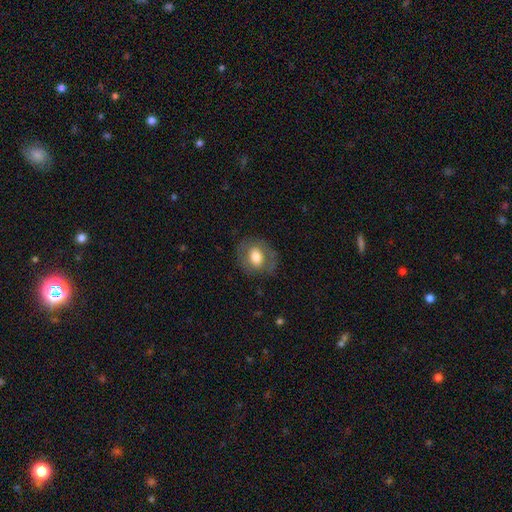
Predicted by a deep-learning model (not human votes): Morphology: type=smooth (63%); roundness=in between (50%); merging=none (74%).